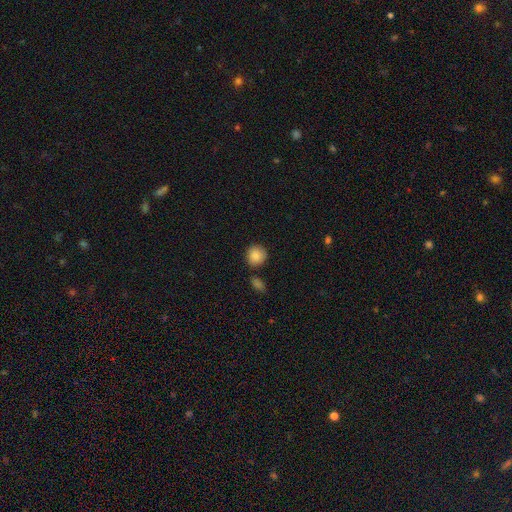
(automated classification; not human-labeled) Overall: smooth (88%). How rounded: round (86%). Merging: none (79%).